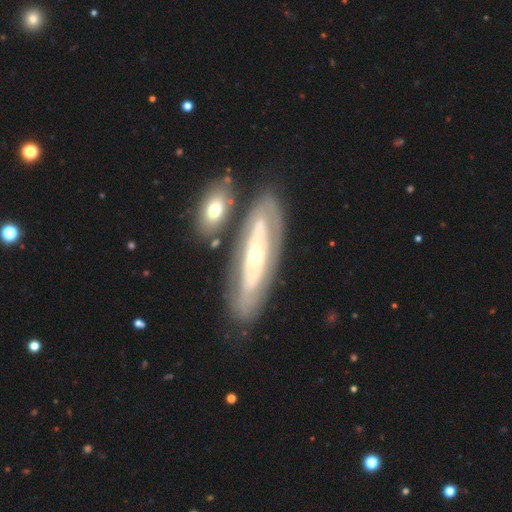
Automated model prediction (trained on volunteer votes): smooth-or-featured: featured or disk: 76% | smooth: 18% | star or artifact: 6%
  disk-edge-on: no: 81% | yes: 19%
    bar: no: 79% | weak: 13% | strong: 8%
    has-spiral-arms: yes: 53% | no: 47%
    bulge-size: small: 52% | moderate: 42% | large: 4% | none: 1% | dominant: 1%
  merging: none: 73% | minor disturbance: 13% | merger: 9% | major disturbance: 5%